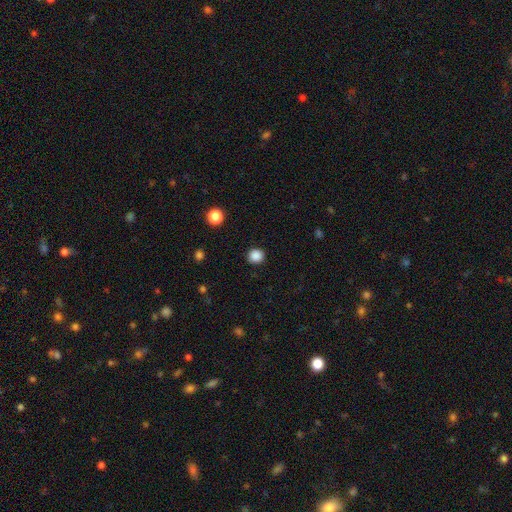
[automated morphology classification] smooth-or-featured: smooth: 86% | star or artifact: 11% | featured or disk: 2%
  how-rounded: round: 90% | in between: 9% | cigar-shaped: 1%
  merging: none: 91% | minor disturbance: 6% | major disturbance: 2% | merger: 1%